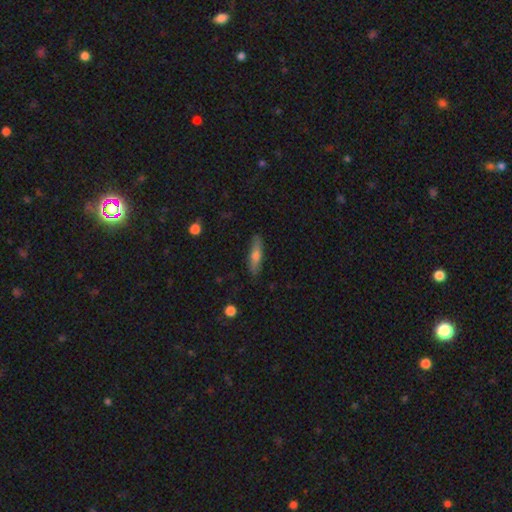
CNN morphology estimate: smooth-or-featured: smooth: 62% | featured or disk: 31% | star or artifact: 7%
  how-rounded: cigar-shaped: 72% | in between: 26% | round: 2%
  merging: none: 86% | minor disturbance: 11% | major disturbance: 2% | merger: 1%